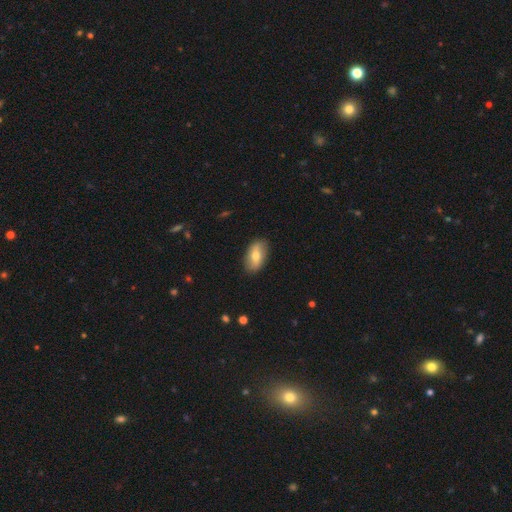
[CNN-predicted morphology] A smooth galaxy with no disk features (64%) that is in between round and cigar-shaped (91%). Merging: none (86%).